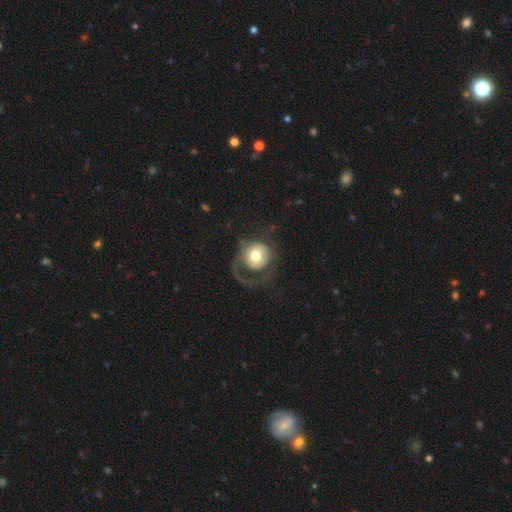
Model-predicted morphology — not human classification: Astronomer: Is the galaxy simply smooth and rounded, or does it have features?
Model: smooth — 51% (runner-up: featured or disk, 41%).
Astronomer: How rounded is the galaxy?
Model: round — 85%.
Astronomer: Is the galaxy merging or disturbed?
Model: major disturbance — 48% (runner-up: none, 34%).